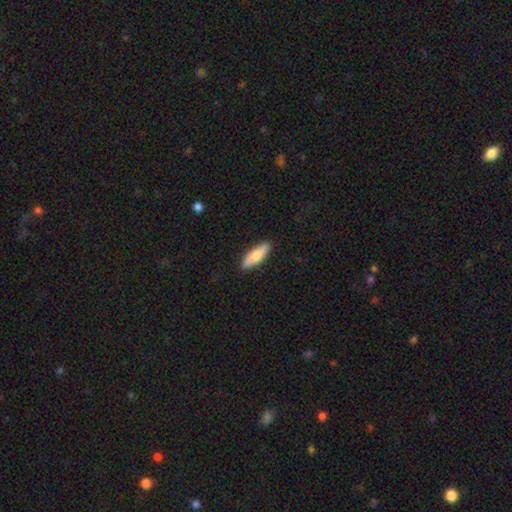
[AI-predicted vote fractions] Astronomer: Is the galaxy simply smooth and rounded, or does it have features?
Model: smooth — 75%.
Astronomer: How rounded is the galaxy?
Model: cigar-shaped — 57% (runner-up: in between, 41%).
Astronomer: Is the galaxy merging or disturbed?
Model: none — 89%.